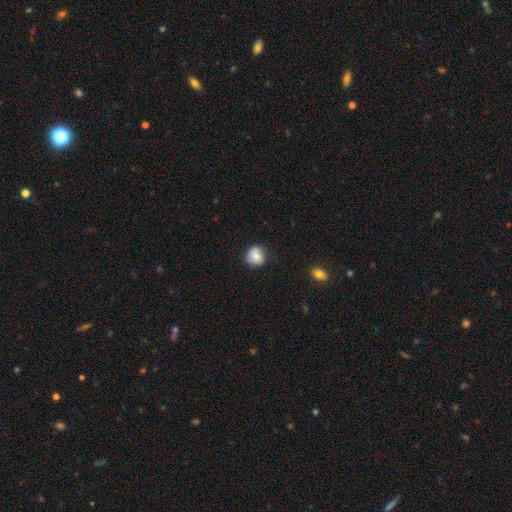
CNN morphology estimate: smooth_or_featured: smooth (p=0.67) [alt: featured or disk p=0.25]
how_rounded: round (p=0.82) [alt: in between p=0.17]
merging: none (p=0.74) [alt: minor disturbance p=0.20]